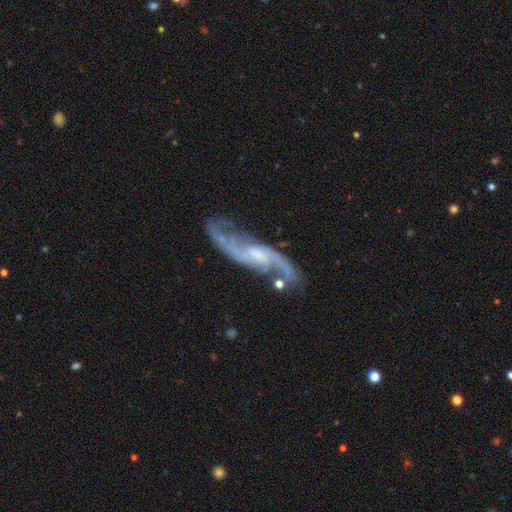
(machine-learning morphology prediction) smooth-or-featured: featured or disk: 89% | star or artifact: 6% | smooth: 5%
  disk-edge-on: no: 87% | yes: 13%
    bar: weak: 44% | no: 42% | strong: 13%
    has-spiral-arms: yes: 97% | no: 3%
      spiral-winding: loose: 55% | medium: 35% | tight: 10%
      spiral-arm-count: 2: 90% | can't tell: 4% | 3: 2% | 1: 2% | 4: 1% | more than 4: 1%
    bulge-size: small: 49% | moderate: 36% | none: 10% | large: 3% | dominant: 1%
  merging: none: 71% | minor disturbance: 17% | major disturbance: 7% | merger: 5%